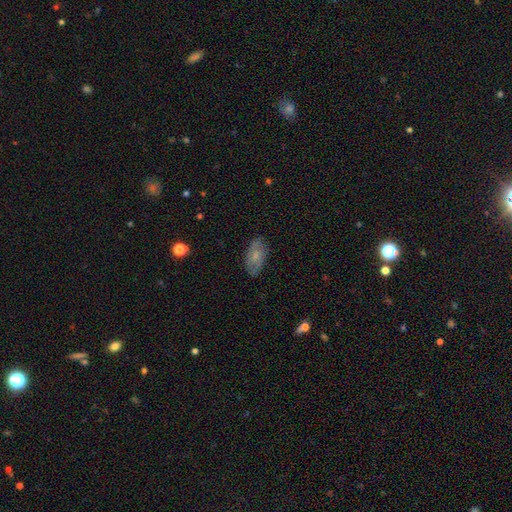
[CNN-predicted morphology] Smooth or featured? smooth (61%)
How rounded? in between (92%)
Merging? none (80%)